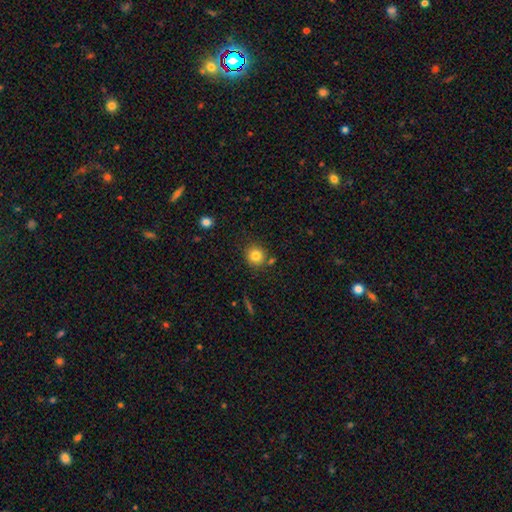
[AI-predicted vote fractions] Smooth or featured? Predicted: smooth (p=0.82). How rounded? Predicted: round (p=0.89). Merging? Predicted: none (p=0.82).